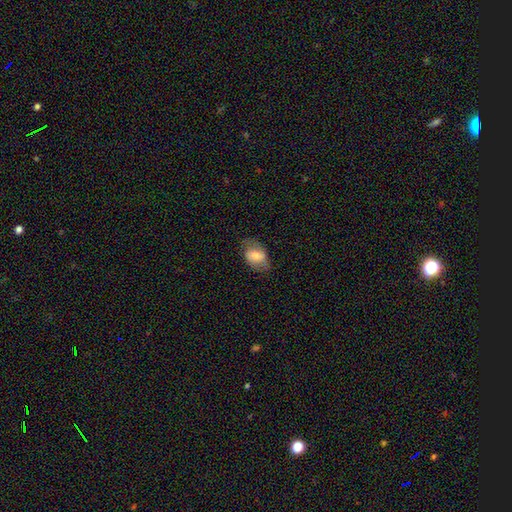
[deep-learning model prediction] Morphology: type=smooth (60%); roundness=in between (83%); merging=none (67%).